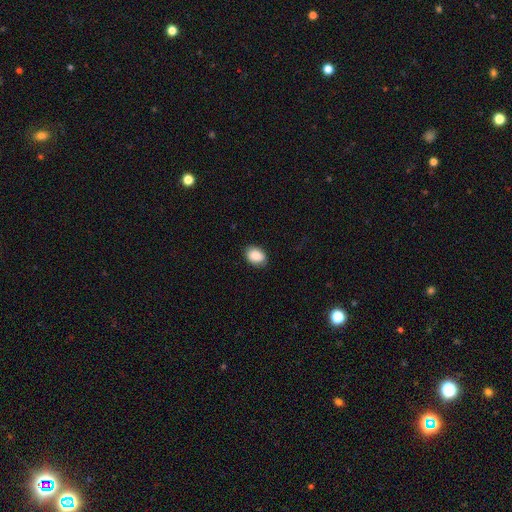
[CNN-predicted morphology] Smooth or featured? Predicted: smooth (p=0.86). How rounded? Predicted: in between (p=0.78). Merging? Predicted: none (p=0.84).